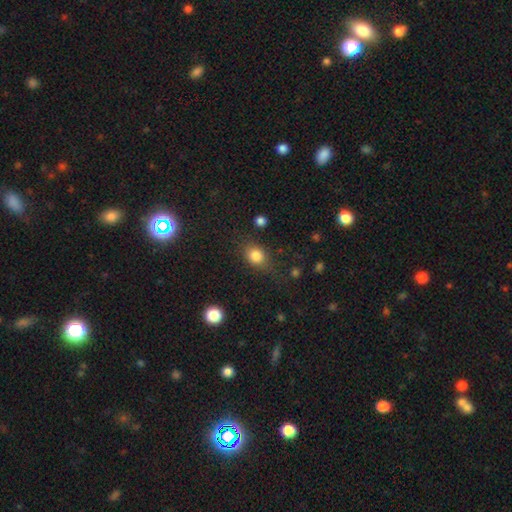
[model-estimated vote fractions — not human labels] Smooth or featured? Predicted: smooth (p=0.83). How rounded? Predicted: round (p=0.53). Merging? Predicted: none (p=0.70).